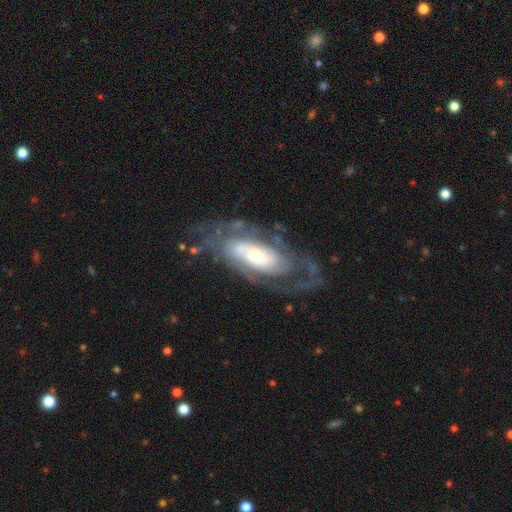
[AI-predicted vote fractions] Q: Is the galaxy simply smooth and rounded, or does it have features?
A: featured or disk — 84%.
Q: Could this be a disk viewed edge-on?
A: no — 92%.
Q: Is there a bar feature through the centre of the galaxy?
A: no — 65%.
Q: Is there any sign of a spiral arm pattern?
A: yes — 92%.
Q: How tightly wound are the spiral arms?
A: tight — 57%.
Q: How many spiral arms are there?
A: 2 — 38%.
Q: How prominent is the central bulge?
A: small — 45%.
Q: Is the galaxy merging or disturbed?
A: none — 64%.